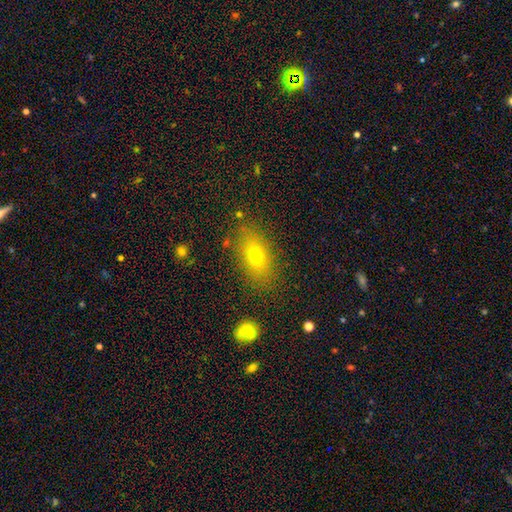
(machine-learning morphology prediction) smooth_or_featured: smooth (p=0.68) [alt: featured or disk p=0.18]
how_rounded: in between (p=0.79) [alt: round p=0.13]
merging: none (p=0.81) [alt: minor disturbance p=0.11]